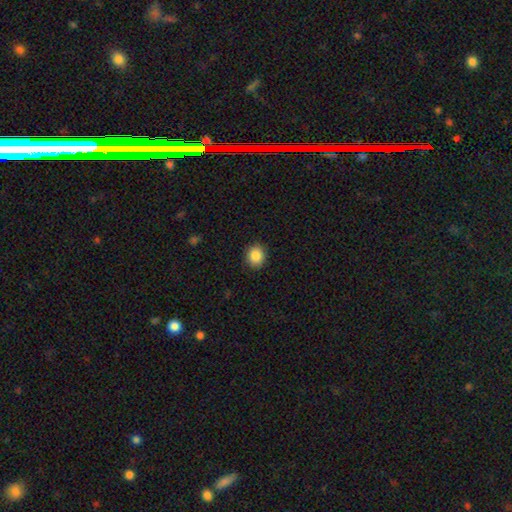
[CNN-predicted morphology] A smooth galaxy with no disk features (87%) that is round (75%). Merging: none (90%).